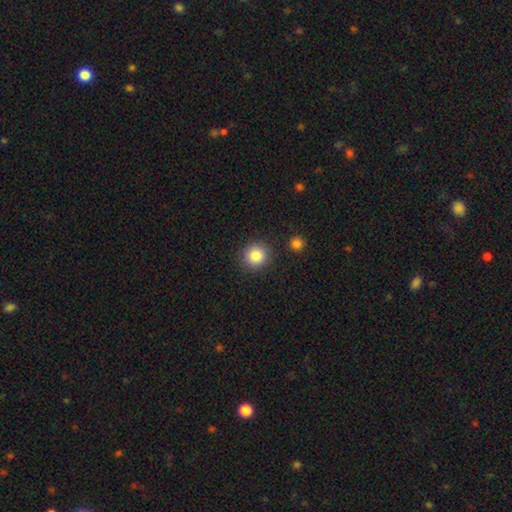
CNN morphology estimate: smooth-or-featured: smooth: 85% | star or artifact: 10% | featured or disk: 5%
  how-rounded: round: 91% | in between: 8% | cigar-shaped: 1%
  merging: none: 87% | minor disturbance: 7% | merger: 3% | major disturbance: 3%